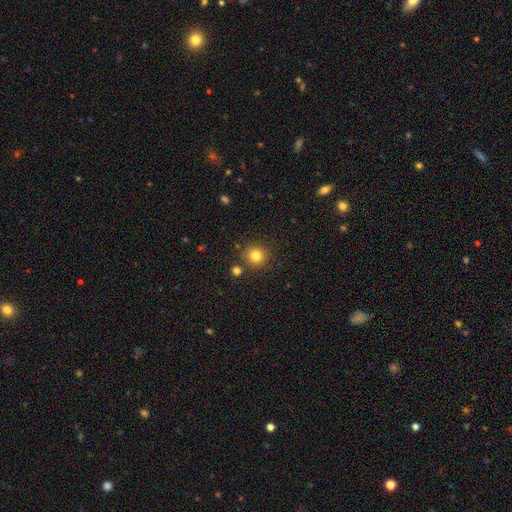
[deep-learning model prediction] Morphology: type=smooth (81%); roundness=round (91%); merging=none (85%).